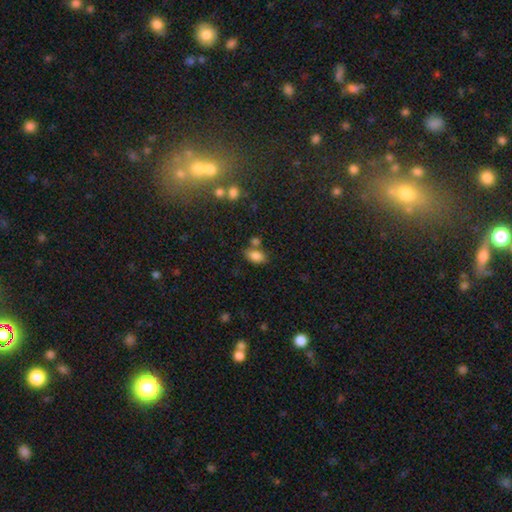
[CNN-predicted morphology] Smooth or featured? Predicted: smooth (p=0.83). How rounded? Predicted: in between (p=0.89). Merging? Predicted: none (p=0.60).